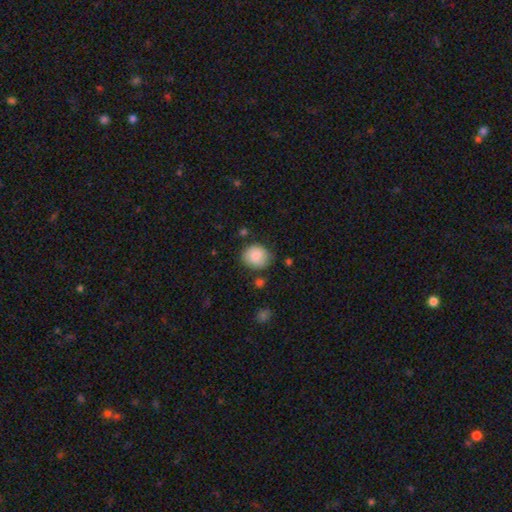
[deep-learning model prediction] Smooth or featured? Predicted: smooth (p=0.85). How rounded? Predicted: round (p=0.74). Merging? Predicted: none (p=0.74).